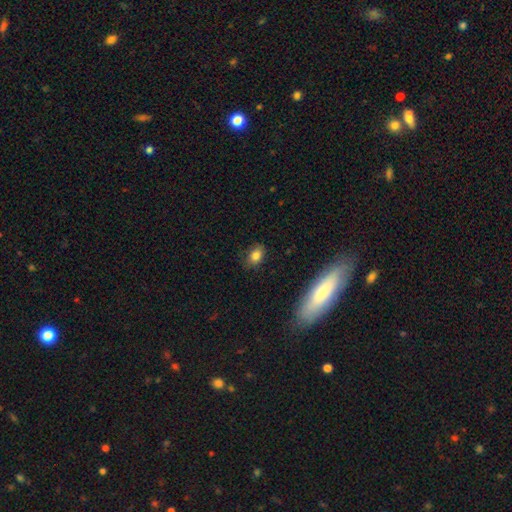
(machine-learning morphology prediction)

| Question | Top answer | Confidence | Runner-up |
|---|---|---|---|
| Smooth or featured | smooth | 82% | star or artifact (11%) |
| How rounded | in between | 66% | round (32%) |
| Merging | none | 80% | minor disturbance (15%) |